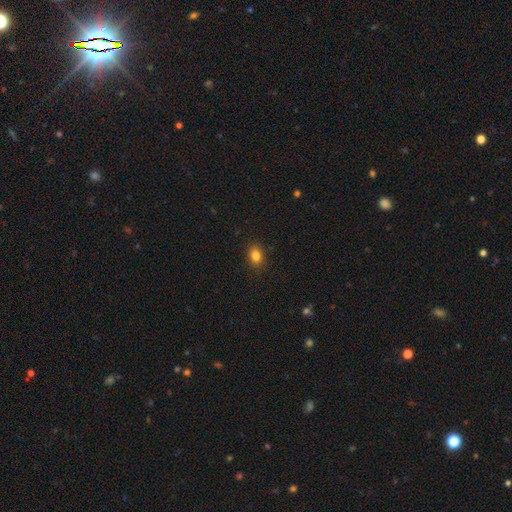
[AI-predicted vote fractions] A smooth galaxy with no disk features (83%) that is in between round and cigar-shaped (62%).

Vote fractions:
- Smooth or featured? smooth: 83% / star or artifact: 11% / featured or disk: 6%
- How rounded? in between: 62% / round: 36% / cigar-shaped: 1%
- Merging? none: 88% / minor disturbance: 8% / major disturbance: 2% / merger: 1%